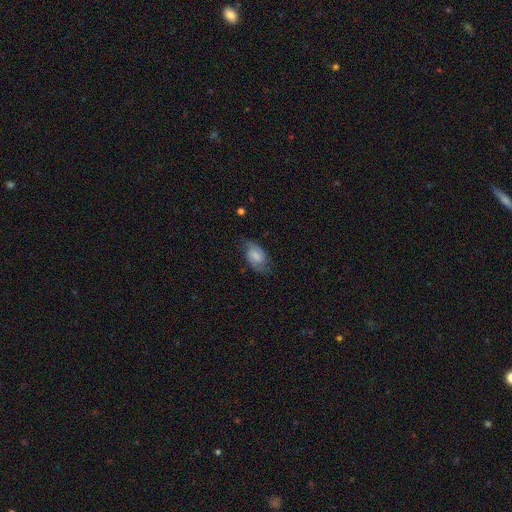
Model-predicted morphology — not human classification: Smooth or featured: smooth — 55% (featured or disk — 37%)
How rounded: in between — 89% (round — 9%)
Merging: none — 68% (minor disturbance — 23%)